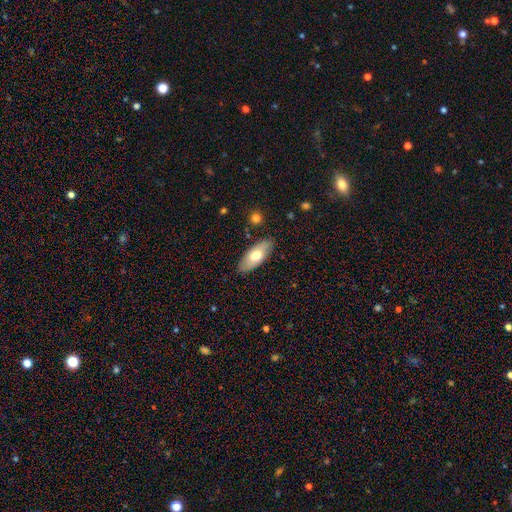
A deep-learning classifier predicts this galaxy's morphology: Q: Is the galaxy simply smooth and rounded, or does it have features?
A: smooth — 64%.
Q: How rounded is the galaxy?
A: in between — 84%.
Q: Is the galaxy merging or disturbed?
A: none — 87%.